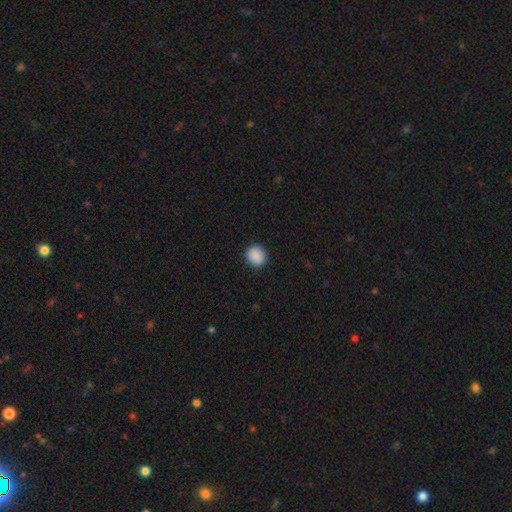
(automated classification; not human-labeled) The model was most divided on "how rounded": round: 73%, in between: 27%, cigar-shaped: 1%. More confident: merging — none (90%); smooth or featured — smooth (89%).